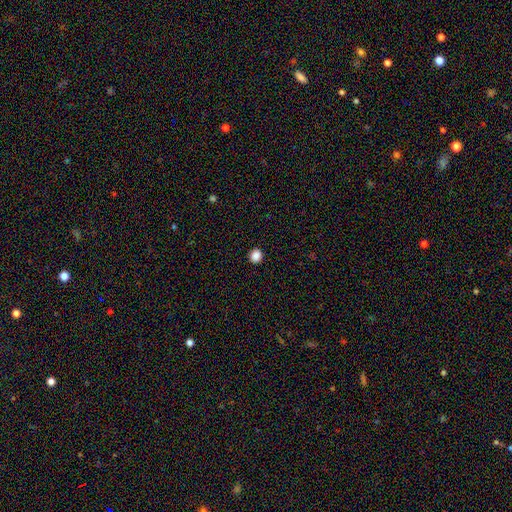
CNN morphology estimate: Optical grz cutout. It shows a smooth galaxy with no disk features (87%) that is round (85%). Merging: none (93%).